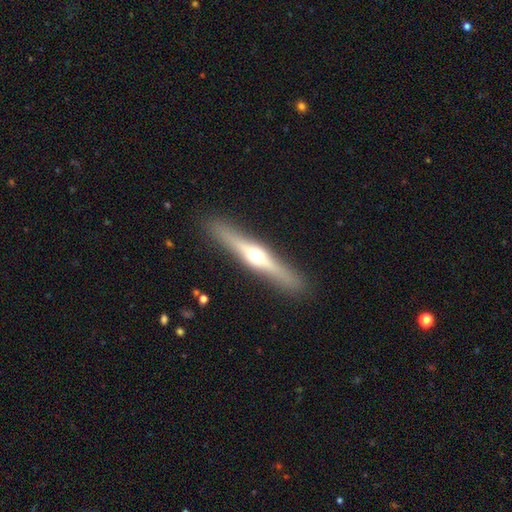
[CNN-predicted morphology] This appears to be a featured or disk galaxy (70%) viewed edge-on (96%) with a rounded central bulge (91%). Merging: none (90%).